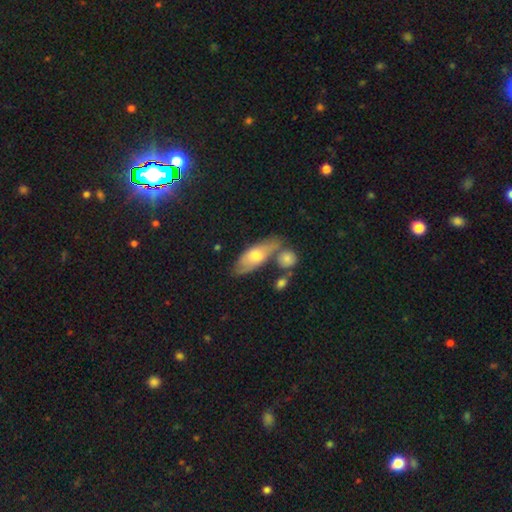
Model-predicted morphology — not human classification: Smooth or featured: smooth — 55% (featured or disk — 39%)
How rounded: in between — 74% (cigar-shaped — 22%)
Merging: none — 50% (merger — 21%)